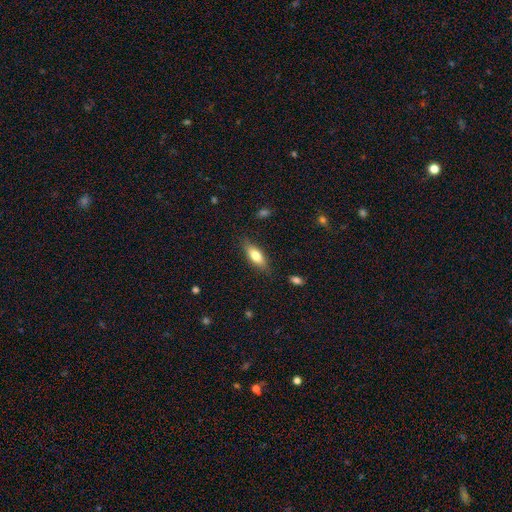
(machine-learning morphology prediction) type=smooth (73%); roundness=in between (67%); merging=none (82%).